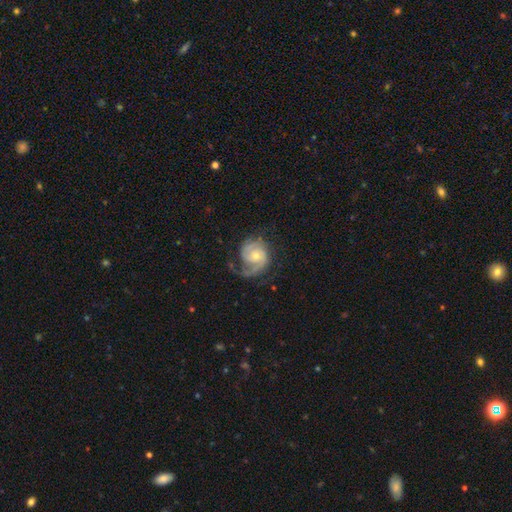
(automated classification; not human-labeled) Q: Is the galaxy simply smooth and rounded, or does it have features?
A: featured or disk — 81%.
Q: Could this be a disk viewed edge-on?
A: no — 98%.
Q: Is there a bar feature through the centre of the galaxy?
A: no — 70%.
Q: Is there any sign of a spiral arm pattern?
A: yes — 95%.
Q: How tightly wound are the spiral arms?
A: tight — 41%.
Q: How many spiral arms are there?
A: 2 — 50%.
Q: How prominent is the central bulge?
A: small — 48%.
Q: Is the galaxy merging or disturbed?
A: none — 55%.